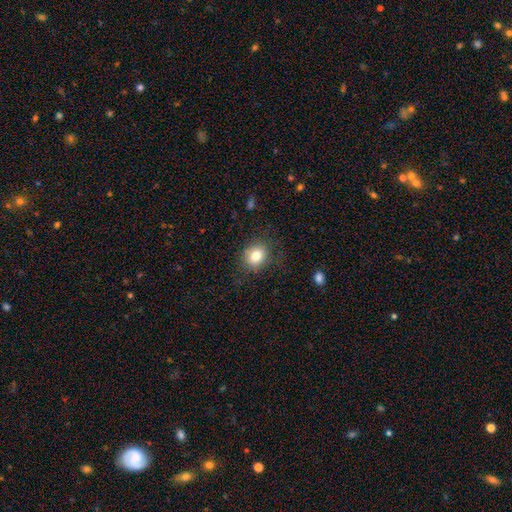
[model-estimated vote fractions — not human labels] Morphology: type=smooth (80%); roundness=round (60%); merging=none (79%).